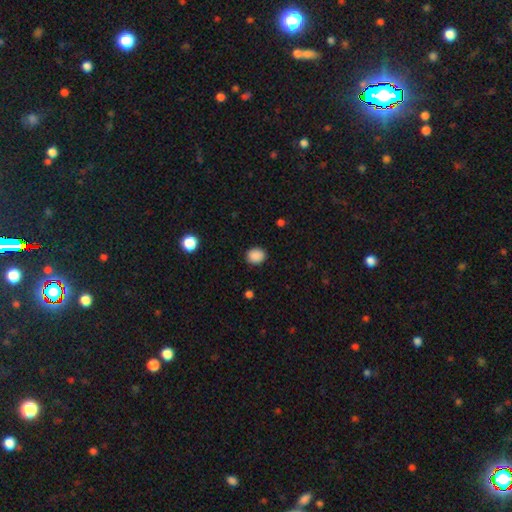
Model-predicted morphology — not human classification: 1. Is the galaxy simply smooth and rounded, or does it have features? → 88% smooth, 9% star or artifact, 3% featured or disk.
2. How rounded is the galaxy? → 60% round, 39% in between, 1% cigar-shaped.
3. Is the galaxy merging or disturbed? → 88% none, 9% minor disturbance, 2% major disturbance, 1% merger.